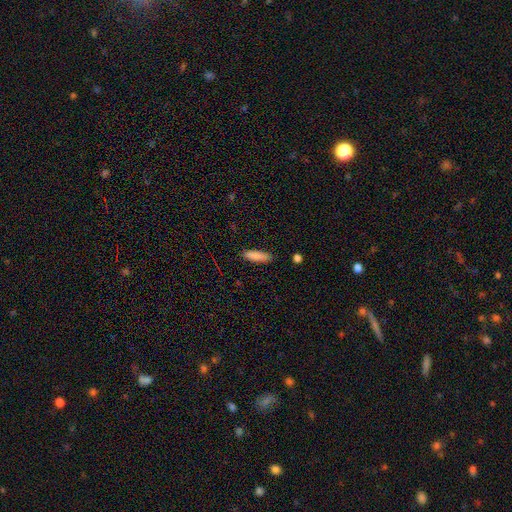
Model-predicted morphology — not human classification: smooth 86%, star or artifact 7%, featured or disk 7%. Down the decision tree: how rounded — cigar-shaped (59%); merging — none (85%).